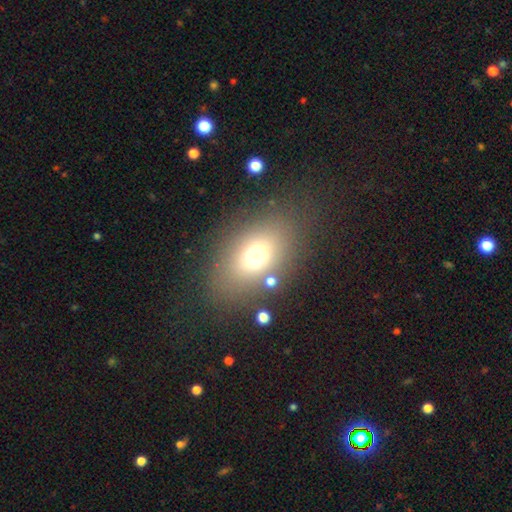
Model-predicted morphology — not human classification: Smooth or featured? Predicted: smooth (p=0.68). How rounded? Predicted: in between (p=0.68). Merging? Predicted: none (p=0.77).